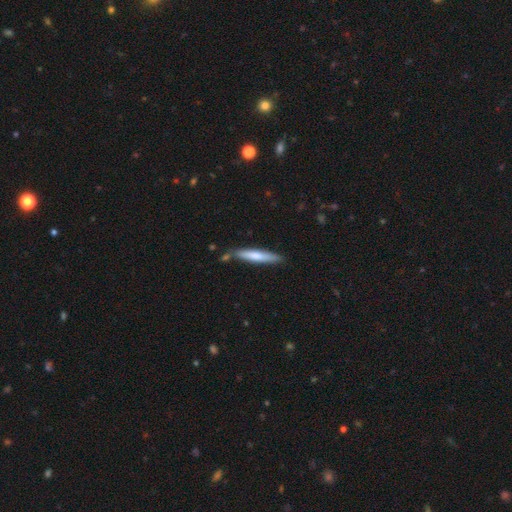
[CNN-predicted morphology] This appears to be a smooth galaxy with no disk features (68%) that is cigar-shaped (91%). Merging: none (79%).